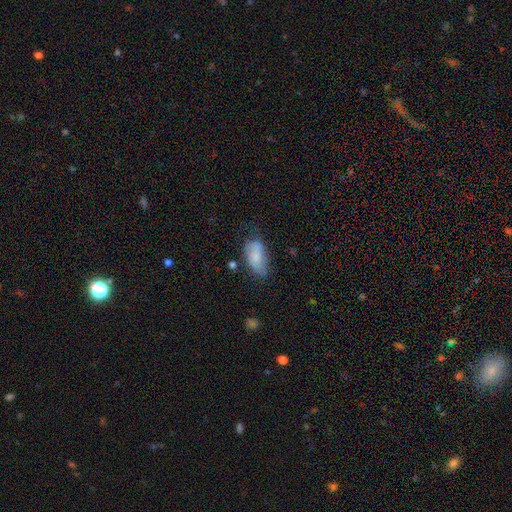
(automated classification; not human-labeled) Q: Smooth or featured?
A: smooth (67%); runner-up: featured or disk (25%)
Q: How rounded?
A: in between (92%); runner-up: round (4%)
Q: Merging?
A: none (48%); runner-up: minor disturbance (34%)